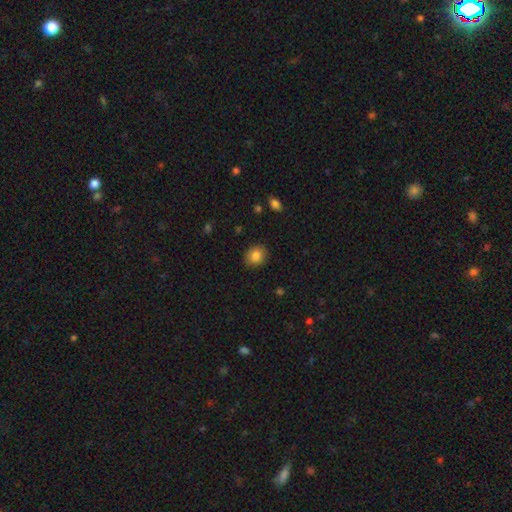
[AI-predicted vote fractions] Q: Smooth or featured?
A: smooth (84%); runner-up: star or artifact (9%)
Q: How rounded?
A: round (66%); runner-up: in between (33%)
Q: Merging?
A: none (88%); runner-up: minor disturbance (9%)